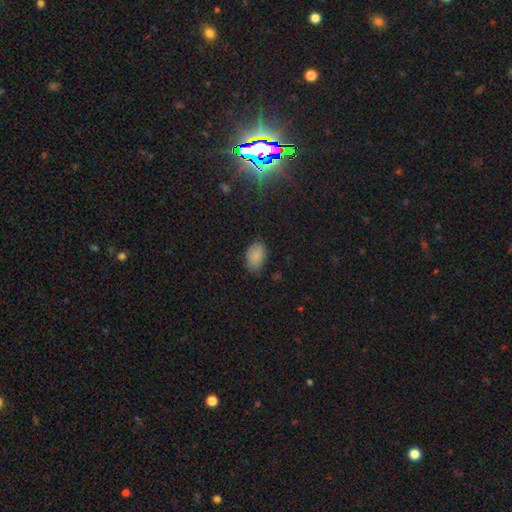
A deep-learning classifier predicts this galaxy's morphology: Smooth or featured? Predicted: smooth (p=0.86). How rounded? Predicted: in between (p=0.87). Merging? Predicted: none (p=0.75).